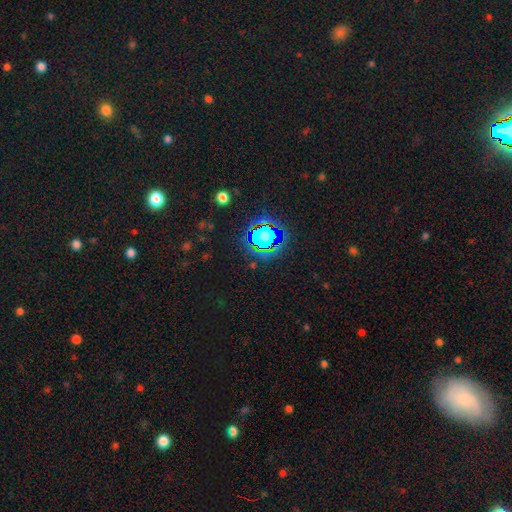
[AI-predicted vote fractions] This is likely a star or artifact rather than a galaxy (77%).